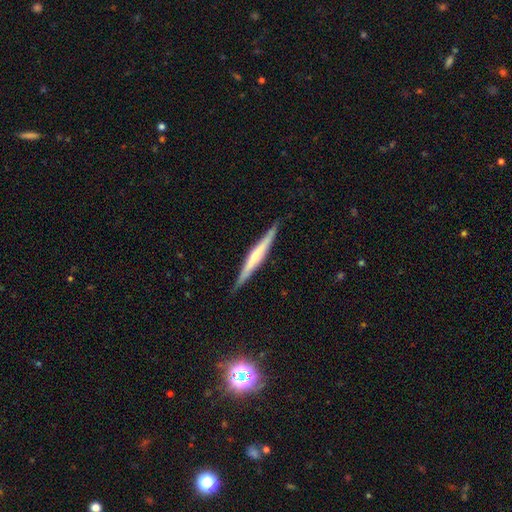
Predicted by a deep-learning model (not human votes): Morphology: type=featured or disk (64%); edge-on=yes (97%); edge-on bulge=rounded (58%); merging=none (88%).